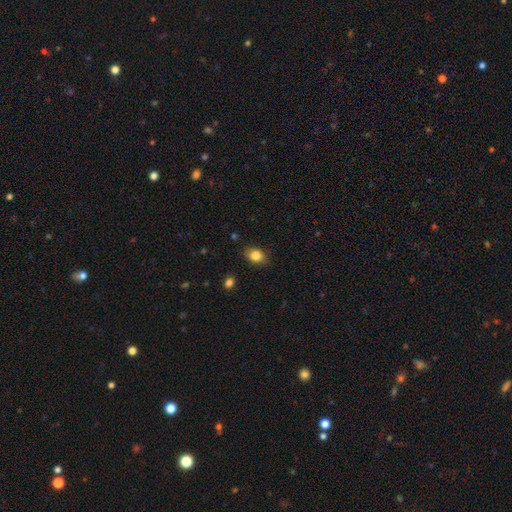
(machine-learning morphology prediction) Smooth or featured? smooth (84%)
How rounded? in between (59%)
Merging? none (83%)